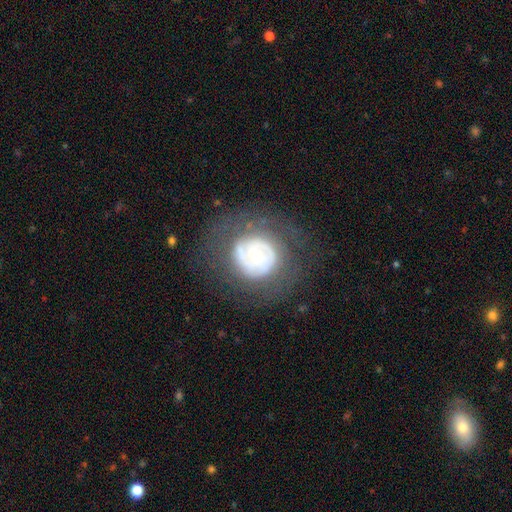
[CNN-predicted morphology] A featured or disk galaxy (74%) with no bar (73%), tight (64%) spiral arms (75%) and a small central bulge (58%). Merging: none (65%).